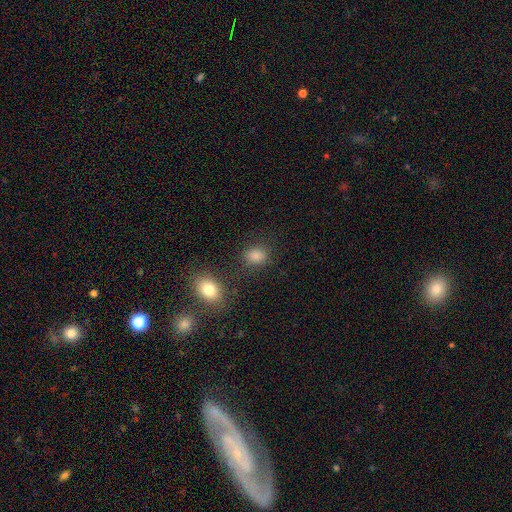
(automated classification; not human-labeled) A smooth galaxy with no disk features (81%) that is in between round and cigar-shaped (54%). Merging: none (79%).